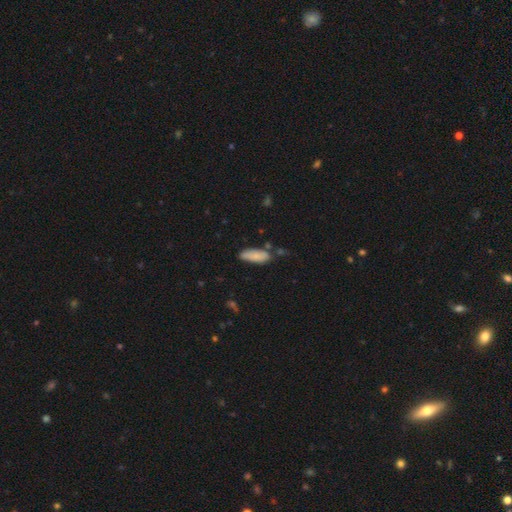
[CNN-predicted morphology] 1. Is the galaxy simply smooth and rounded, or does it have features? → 83% smooth, 10% featured or disk, 6% star or artifact.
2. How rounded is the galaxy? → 68% in between, 30% cigar-shaped, 2% round.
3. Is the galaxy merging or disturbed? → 67% none, 21% minor disturbance, 8% merger, 4% major disturbance.